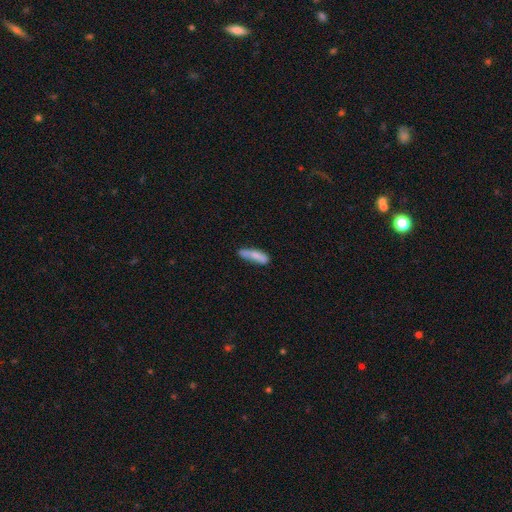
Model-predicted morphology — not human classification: smooth_or_featured: smooth (p=0.72) [alt: featured or disk p=0.21]
how_rounded: cigar-shaped (p=0.61) [alt: in between p=0.37]
merging: none (p=0.57) [alt: minor disturbance p=0.27]